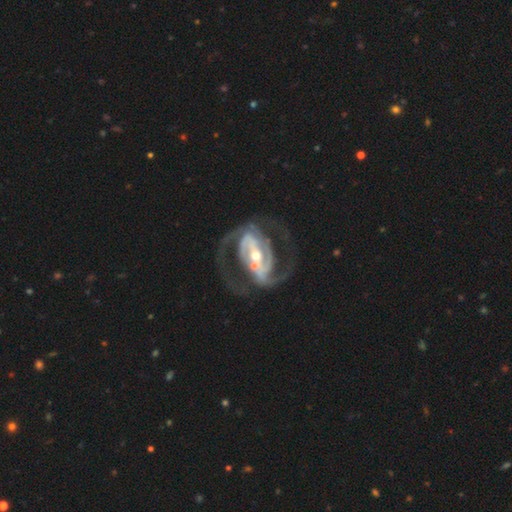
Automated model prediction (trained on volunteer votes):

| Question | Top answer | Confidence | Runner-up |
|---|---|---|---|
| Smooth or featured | featured or disk | 92% | star or artifact (4%) |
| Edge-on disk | no | 97% | yes (3%) |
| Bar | strong | 61% | weak (25%) |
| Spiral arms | yes | 97% | no (3%) |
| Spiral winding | medium | 56% | tight (27%) |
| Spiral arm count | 2 | 76% | 3 (11%) |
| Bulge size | moderate | 50% | small (44%) |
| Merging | none | 64% | major disturbance (18%) |